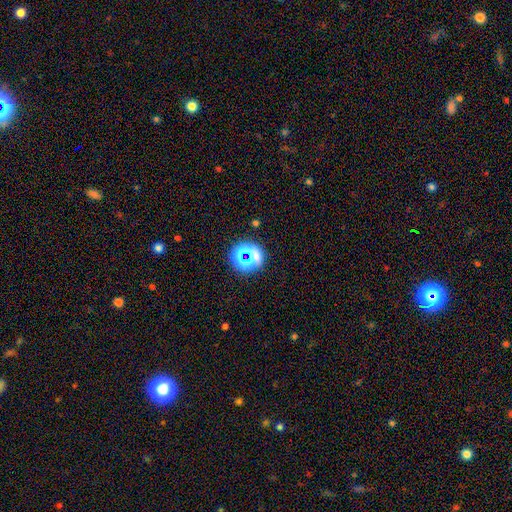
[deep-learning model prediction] Smooth or featured? star or artifact (55%)